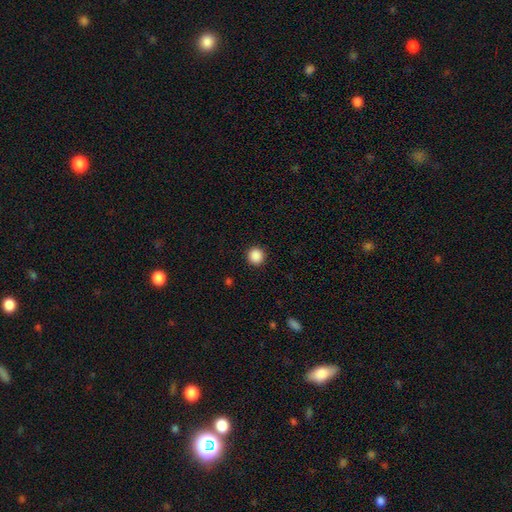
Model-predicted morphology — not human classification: smooth_or_featured: smooth (p=0.88) [alt: star or artifact p=0.10]
how_rounded: round (p=0.95) [alt: in between p=0.04]
merging: none (p=0.93) [alt: minor disturbance p=0.04]